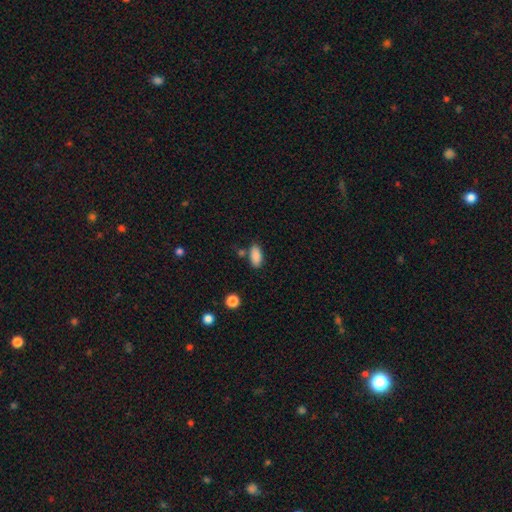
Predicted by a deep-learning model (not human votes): Smooth or featured? smooth (88%)
How rounded? in between (90%)
Merging? none (76%)